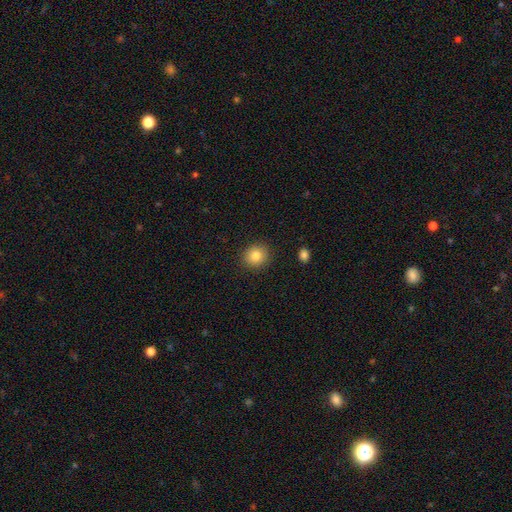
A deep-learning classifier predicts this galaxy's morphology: smooth 83%, star or artifact 10%, featured or disk 7%. Down the decision tree: how rounded — round (84%); merging — none (90%).